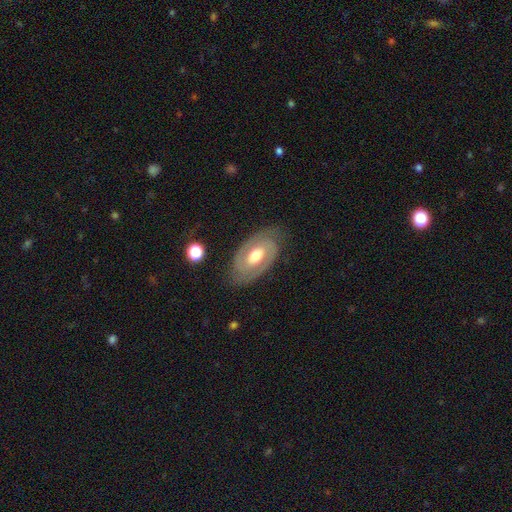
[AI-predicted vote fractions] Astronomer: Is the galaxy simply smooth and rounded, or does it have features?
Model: featured or disk — 77%.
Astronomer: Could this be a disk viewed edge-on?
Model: no — 94%.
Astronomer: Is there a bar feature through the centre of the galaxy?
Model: no — 47% (runner-up: weak, 37%).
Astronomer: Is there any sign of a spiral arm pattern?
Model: yes — 80%.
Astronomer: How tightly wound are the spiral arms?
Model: tight — 56% (runner-up: medium, 34%).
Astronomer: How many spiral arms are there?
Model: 2 — 80%.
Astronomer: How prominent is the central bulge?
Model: moderate — 70%.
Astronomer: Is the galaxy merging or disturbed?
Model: none — 78%.